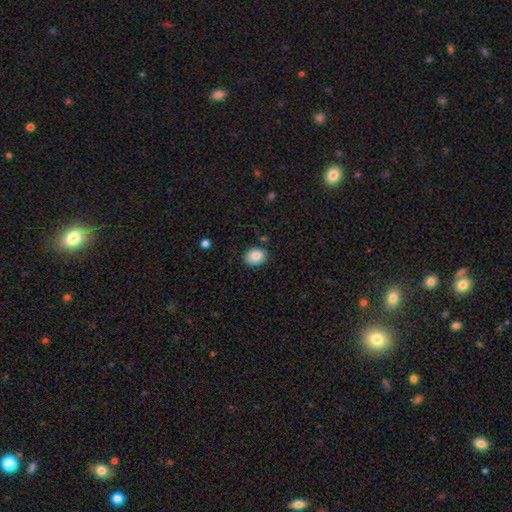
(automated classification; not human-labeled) Overall: smooth (85%). How rounded: in between (59%; round 40%). Merging: none (85%).